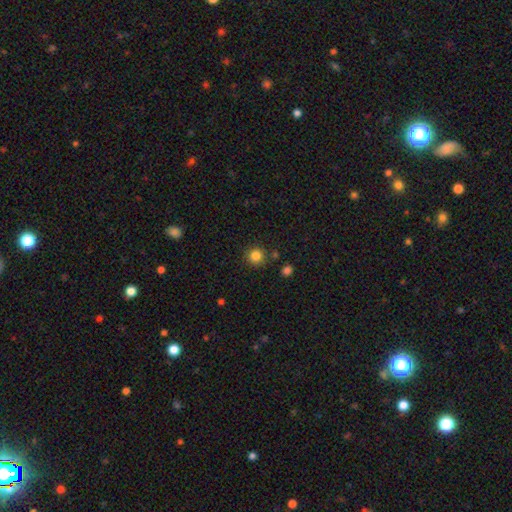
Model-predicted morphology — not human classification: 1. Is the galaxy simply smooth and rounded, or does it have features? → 84% smooth, 11% star or artifact, 4% featured or disk.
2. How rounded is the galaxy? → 93% round, 6% in between, 1% cigar-shaped.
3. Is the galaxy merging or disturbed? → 86% none, 8% minor disturbance, 4% merger, 3% major disturbance.